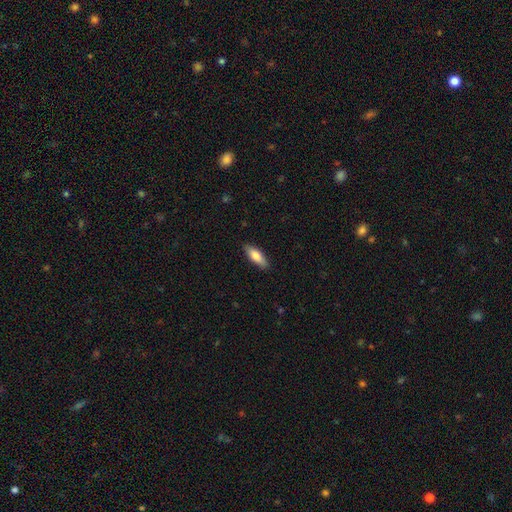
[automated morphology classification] The model was most divided on "how rounded": in between: 59%, cigar-shaped: 39%, round: 2%. More confident: merging — none (87%); smooth or featured — smooth (77%).